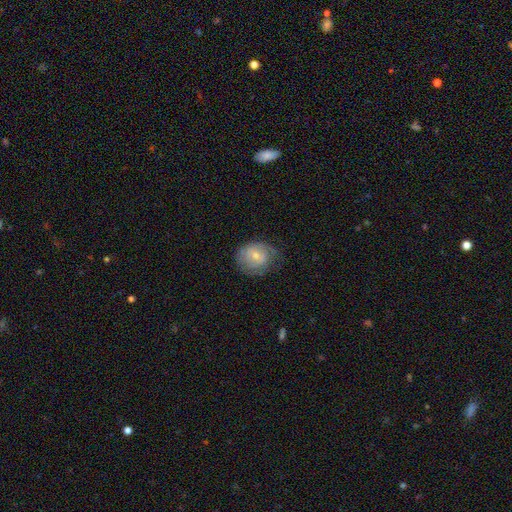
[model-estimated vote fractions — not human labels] Smooth or featured: smooth — 50% (featured or disk — 43%)
Merging: none — 55% (minor disturbance — 30%)